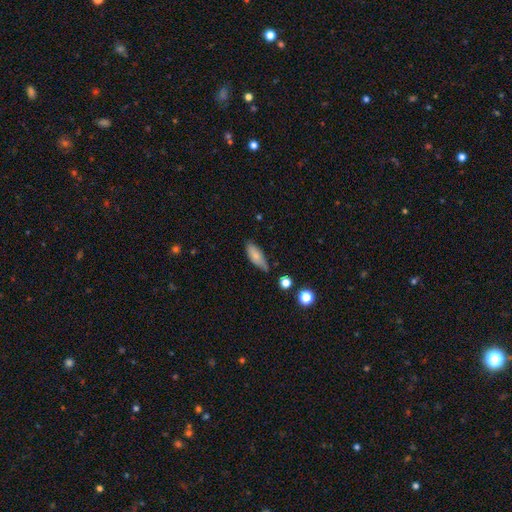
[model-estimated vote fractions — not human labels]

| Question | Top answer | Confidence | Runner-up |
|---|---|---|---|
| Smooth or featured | smooth | 74% | featured or disk (19%) |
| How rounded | in between | 77% | cigar-shaped (21%) |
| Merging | none | 62% | minor disturbance (30%) |